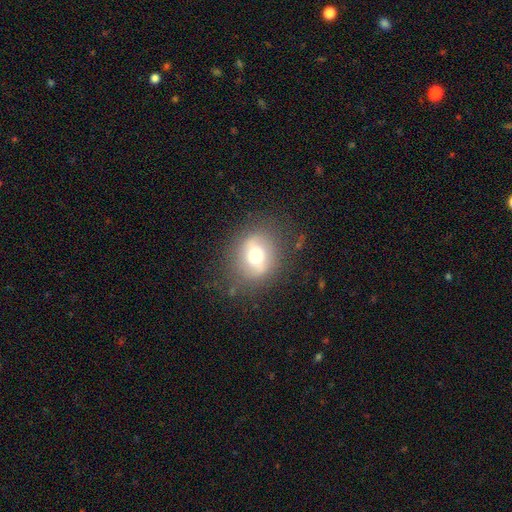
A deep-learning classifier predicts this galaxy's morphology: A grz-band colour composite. It shows a smooth galaxy with no disk features (50%) that is round (72%). Merging: none (78%).